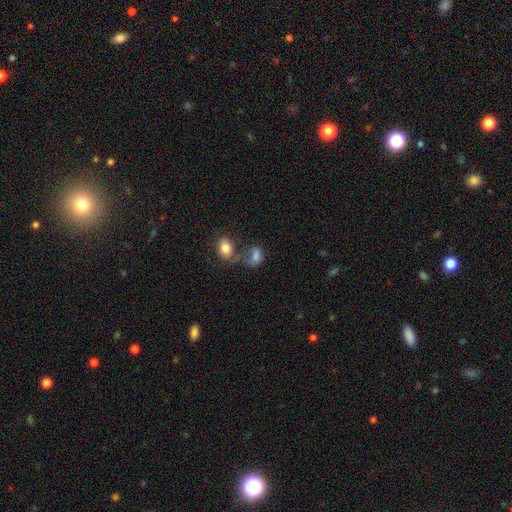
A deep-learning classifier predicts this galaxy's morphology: Smooth or featured? smooth (75%)
How rounded? in between (78%)
Merging? merger (35%)